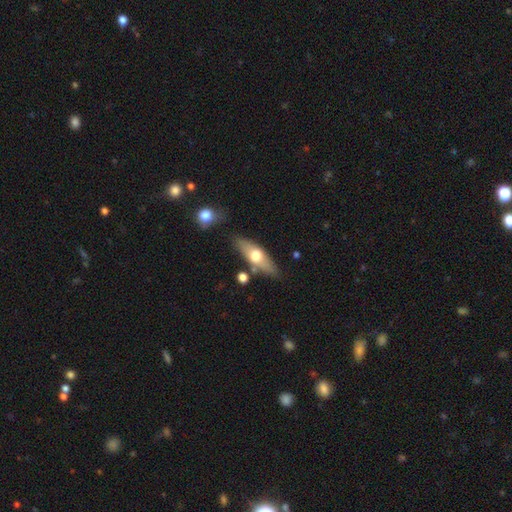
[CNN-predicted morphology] A smooth galaxy with no disk features (51%) that is in between round and cigar-shaped (54%).

Vote fractions:
- Smooth or featured? smooth: 51% / featured or disk: 43% / star or artifact: 6%
- How rounded? in between: 54% / cigar-shaped: 42% / round: 4%
- Merging? none: 79% / minor disturbance: 12% / merger: 5% / major disturbance: 3%